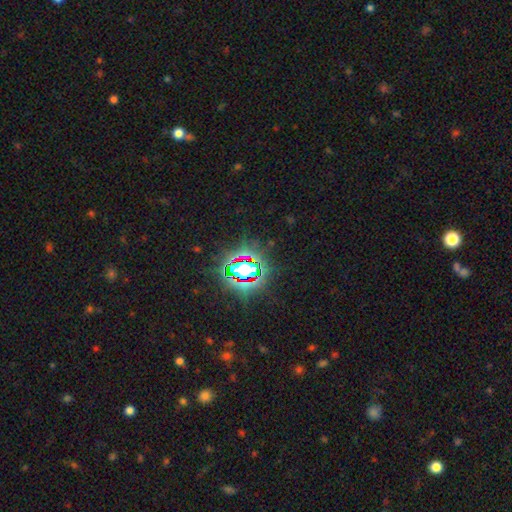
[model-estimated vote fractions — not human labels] The model was most divided on "smooth or featured": star or artifact: 77%, smooth: 14%, featured or disk: 9%.